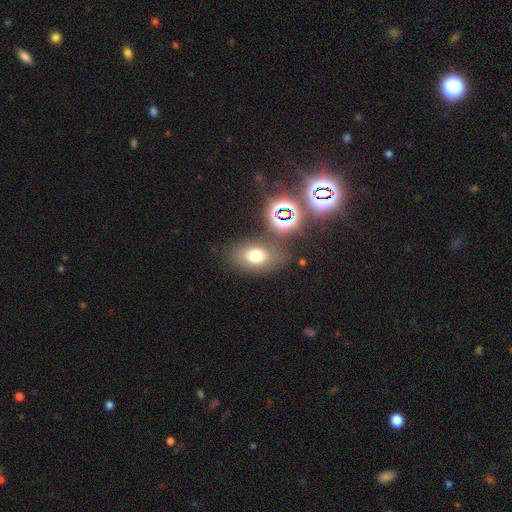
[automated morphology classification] Smooth or featured? smooth (67%)
How rounded? in between (74%)
Merging? none (72%)